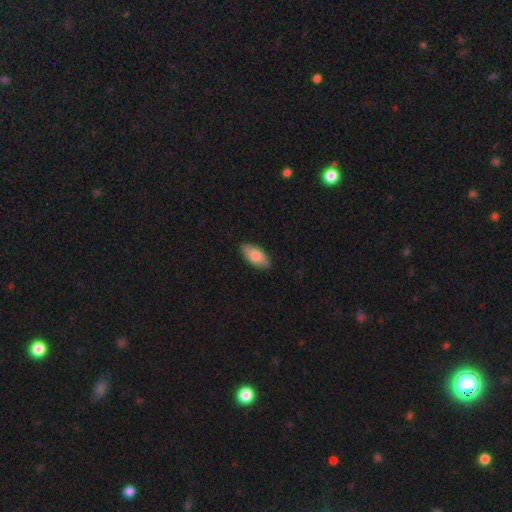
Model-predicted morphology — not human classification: This appears to be a smooth galaxy with no disk features (81%) that is in between round and cigar-shaped (92%). Merging: none (85%).